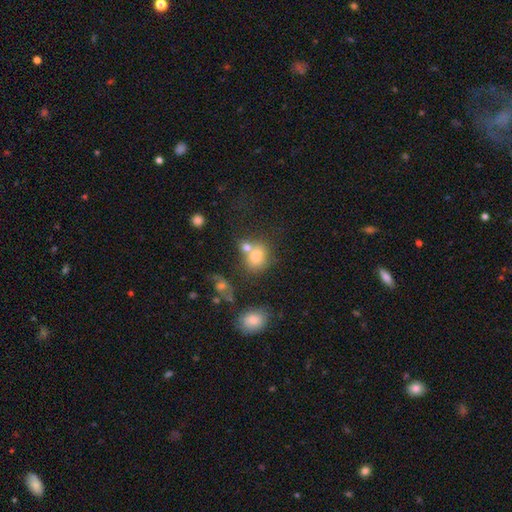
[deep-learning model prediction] A smooth galaxy with no disk features (74%) that is round (55%). Merging: none (41%).